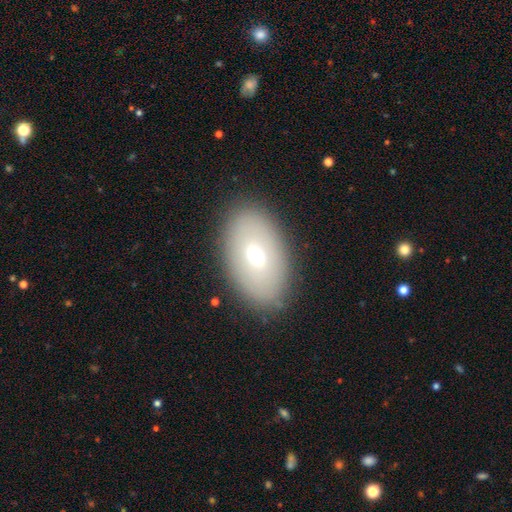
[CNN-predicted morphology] Smooth or featured? smooth (61%)
How rounded? in between (90%)
Merging? none (87%)